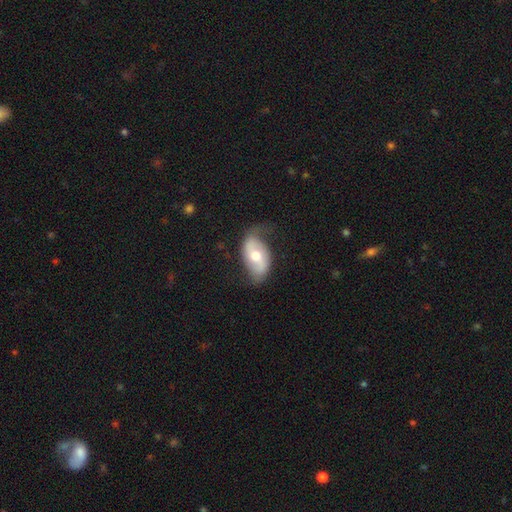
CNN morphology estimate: Overall: featured or disk (59%; smooth 35%). Edge-on disk: no (93%). Bar: no (45%; weak 36%). Spiral arms: yes (75%). Bulge size: moderate (74%). Merging: none (55%; minor disturbance 30%).